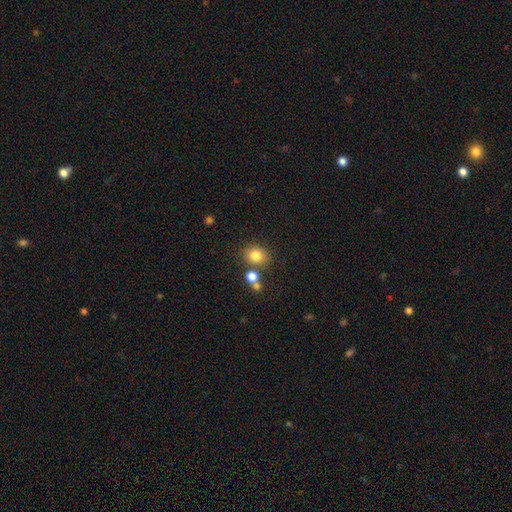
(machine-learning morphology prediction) Smooth or featured? Predicted: smooth (p=0.81). How rounded? Predicted: round (p=0.67). Merging? Predicted: none (p=0.69).